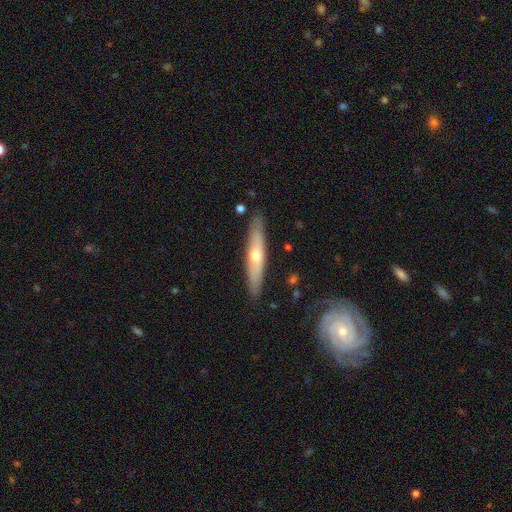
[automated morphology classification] Smooth or featured: featured or disk — 60% (smooth — 34%)
Edge-on disk: yes — 75% (no — 25%)
Merging: none — 84% (minor disturbance — 12%)